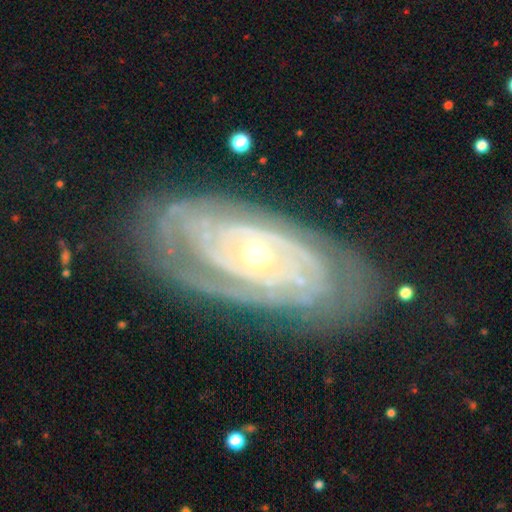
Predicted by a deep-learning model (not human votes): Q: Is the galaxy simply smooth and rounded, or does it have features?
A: featured or disk — 89%.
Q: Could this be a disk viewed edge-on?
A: no — 93%.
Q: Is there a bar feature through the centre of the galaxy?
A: no — 71%.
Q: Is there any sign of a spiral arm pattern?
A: yes — 96%.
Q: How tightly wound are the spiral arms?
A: tight — 82%.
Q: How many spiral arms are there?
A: can't tell — 32%.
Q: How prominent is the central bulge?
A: small — 55%.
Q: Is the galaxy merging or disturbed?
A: none — 77%.